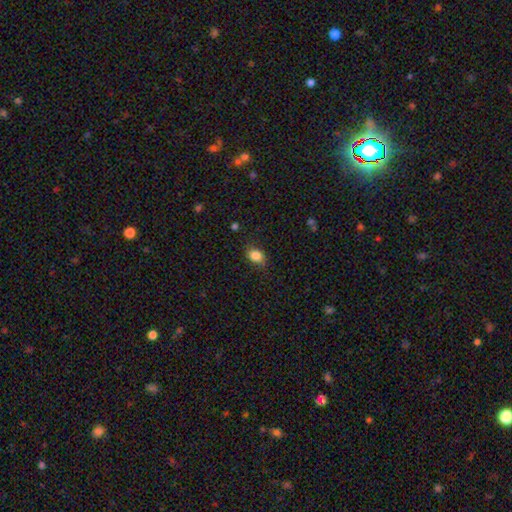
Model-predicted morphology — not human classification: A smooth galaxy with no disk features (84%) that is in between round and cigar-shaped (65%).

Vote fractions:
- Smooth or featured? smooth: 84% / star or artifact: 10% / featured or disk: 6%
- How rounded? in between: 65% / round: 34% / cigar-shaped: 2%
- Merging? none: 76% / minor disturbance: 18% / major disturbance: 4% / merger: 1%